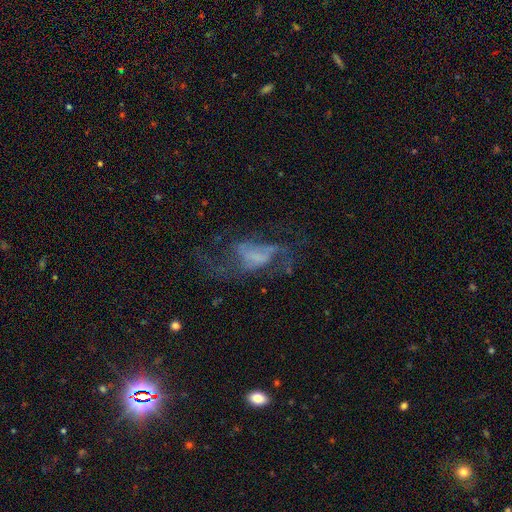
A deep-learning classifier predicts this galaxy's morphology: Q: Smooth or featured?
A: featured or disk (63%); runner-up: smooth (21%)
Q: Edge-on disk?
A: no (95%); runner-up: yes (5%)
Q: Bar?
A: no (54%); runner-up: weak (32%)
Q: Spiral arms?
A: yes (56%); runner-up: no (44%)
Q: Bulge size?
A: none (61%); runner-up: small (19%)
Q: Merging?
A: major disturbance (49%); runner-up: none (32%)